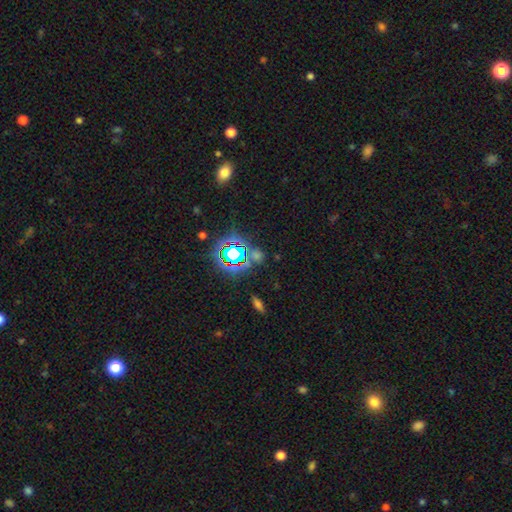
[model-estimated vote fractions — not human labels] Smooth or featured: star or artifact — 62% (smooth — 29%)